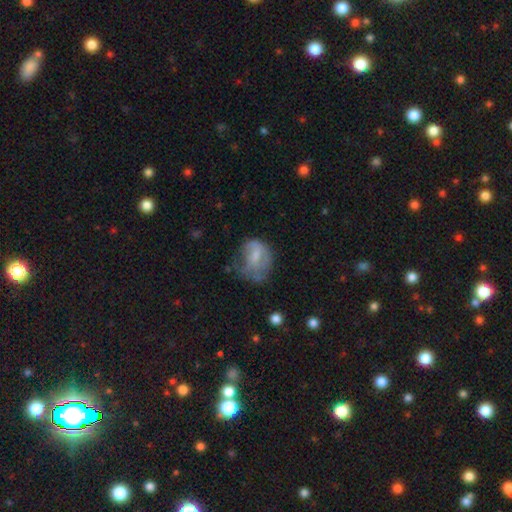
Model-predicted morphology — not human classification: smooth 54%, featured or disk 37%, star or artifact 9%. Down the decision tree: how rounded — in between (53%); merging — major disturbance (34%).